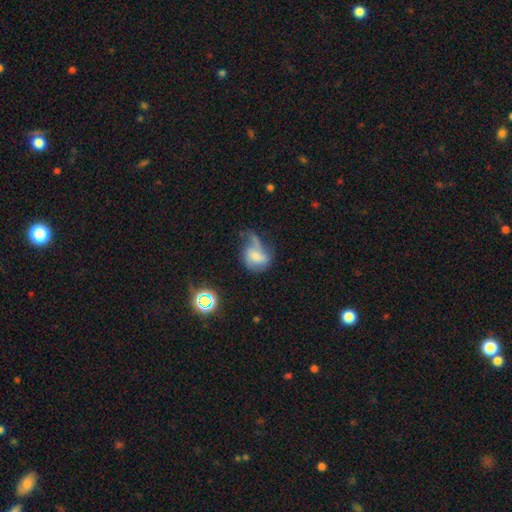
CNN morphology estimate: This appears to be a smooth galaxy with no disk features (47%). Merging: major disturbance (42%).